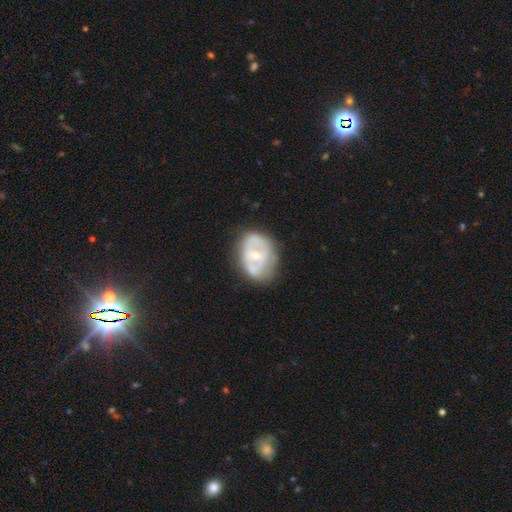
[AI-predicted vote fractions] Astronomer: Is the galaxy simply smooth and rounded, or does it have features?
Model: featured or disk — 64%.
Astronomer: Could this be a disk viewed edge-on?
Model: no — 95%.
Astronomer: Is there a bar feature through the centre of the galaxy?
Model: no — 55%.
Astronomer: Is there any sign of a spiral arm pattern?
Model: no — 70%.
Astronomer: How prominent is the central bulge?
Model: moderate — 51% (runner-up: small, 45%).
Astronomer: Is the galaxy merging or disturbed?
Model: none — 58%.